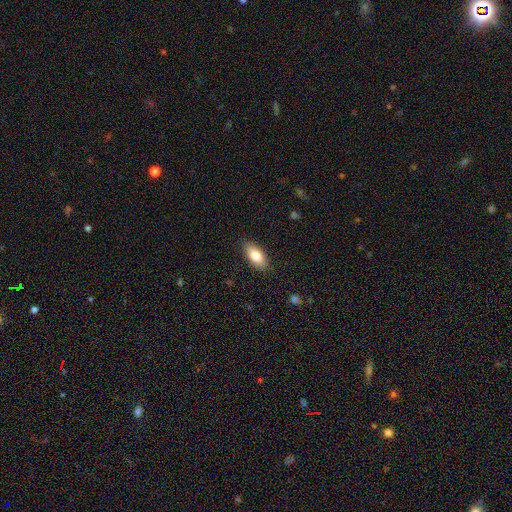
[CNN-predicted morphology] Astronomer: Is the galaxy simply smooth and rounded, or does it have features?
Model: smooth — 80%.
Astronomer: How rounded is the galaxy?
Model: in between — 87%.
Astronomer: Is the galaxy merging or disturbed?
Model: none — 88%.